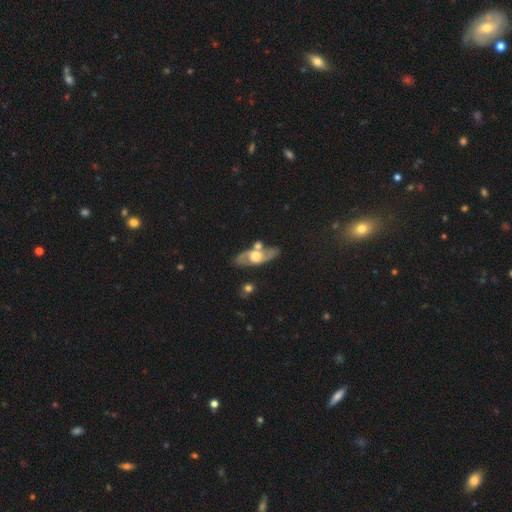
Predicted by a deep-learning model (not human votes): featured or disk 68%, smooth 26%, star or artifact 5%. Down the decision tree: edge-on disk — no (64%); merging — none (71%).